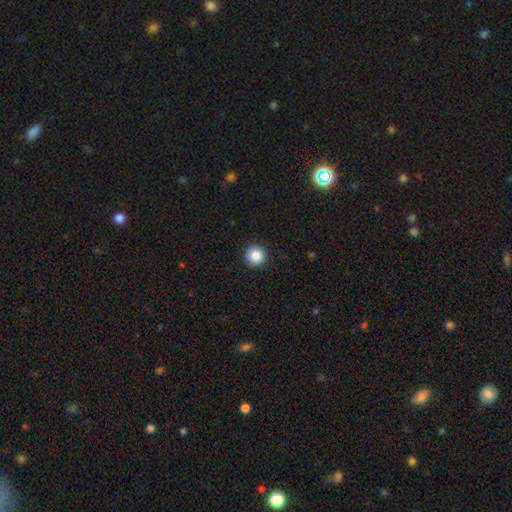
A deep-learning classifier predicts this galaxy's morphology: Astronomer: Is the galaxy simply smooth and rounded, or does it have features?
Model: smooth — 86%.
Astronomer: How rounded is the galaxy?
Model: round — 96%.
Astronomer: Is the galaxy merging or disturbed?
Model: none — 93%.